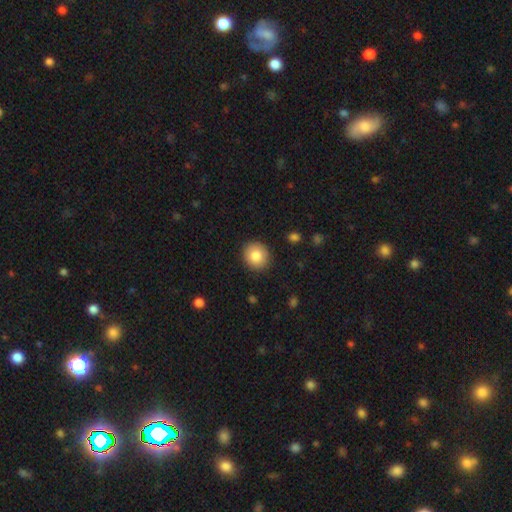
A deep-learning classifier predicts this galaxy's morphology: This is clearly a smooth galaxy (83%). How rounded: clearly round (83%). Merging: clearly none (90%).